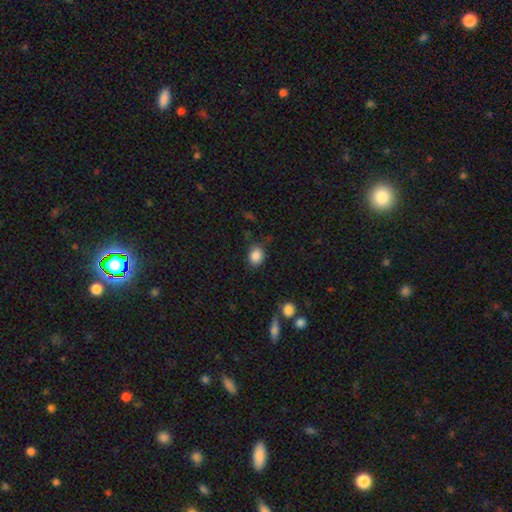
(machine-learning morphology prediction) smooth_or_featured: smooth (p=0.86) [alt: star or artifact p=0.09]
how_rounded: round (p=0.50) [alt: in between p=0.49]
merging: none (p=0.79) [alt: minor disturbance p=0.15]